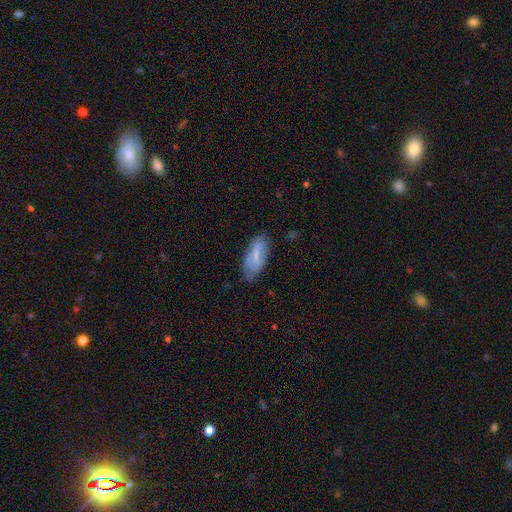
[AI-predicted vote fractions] Smooth or featured?
  - smooth: 68% *
  - featured or disk: 25%
  - star or artifact: 7%
How rounded?
  - in between: 80% *
  - cigar-shaped: 18%
  - round: 2%
Merging?
  - none: 65% *
  - minor disturbance: 26%
  - major disturbance: 7%
  - merger: 2%